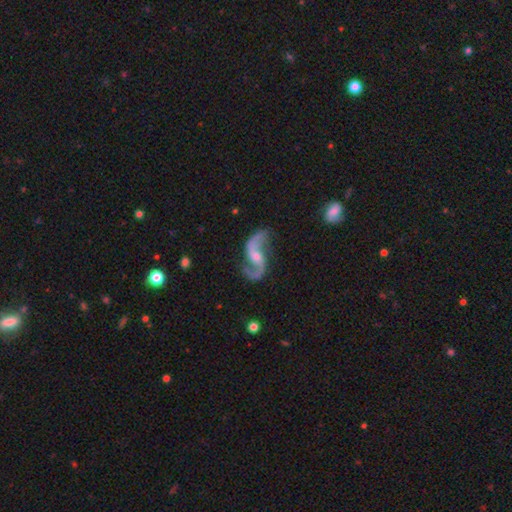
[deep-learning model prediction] Smooth or featured?
  - featured or disk: 92% *
  - star or artifact: 4%
  - smooth: 4%
Edge-on disk?
  - no: 97% *
  - yes: 3%
Bar?
  - no: 47% *
  - weak: 41%
  - strong: 13%
Spiral arms?
  - yes: 97% *
  - no: 3%
Spiral winding?
  - loose: 79% *
  - medium: 17%
  - tight: 4%
Spiral arm count?
  - 2: 94% *
  - 1: 2%
  - can't tell: 1%
  - 3: 1%
  - 4: 1%
  - more than 4: 1%
Bulge size?
  - small: 44% * (tied)
  - moderate: 44% * (tied)
  - none: 7%
  - large: 3%
  - dominant: 1%
Merging?
  - none: 74% *
  - minor disturbance: 15%
  - major disturbance: 8%
  - merger: 3%